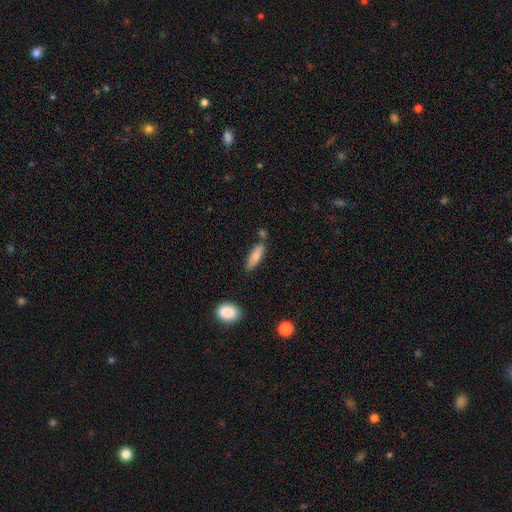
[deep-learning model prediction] Q: Smooth or featured?
A: smooth (81%); runner-up: featured or disk (12%)
Q: How rounded?
A: cigar-shaped (51%); runner-up: in between (47%)
Q: Merging?
A: none (74%); runner-up: minor disturbance (15%)